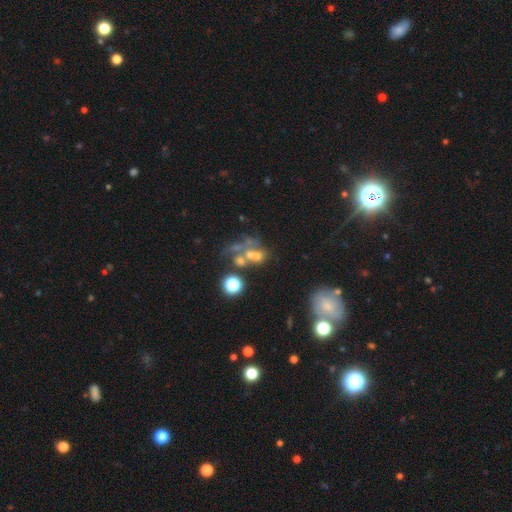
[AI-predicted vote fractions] Q: Smooth or featured?
A: featured or disk (40%); runner-up: smooth (32%)
Q: Merging?
A: merger (37%); runner-up: major disturbance (25%)